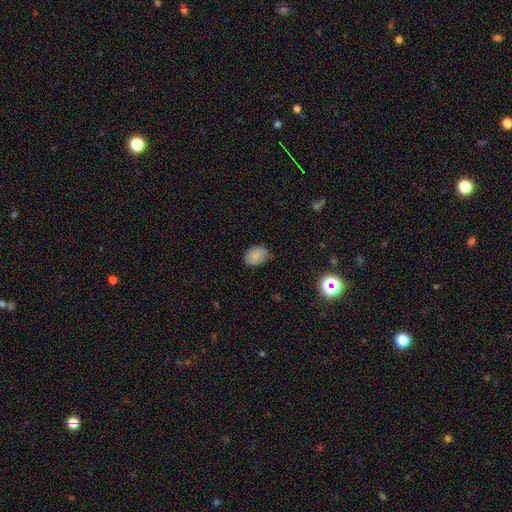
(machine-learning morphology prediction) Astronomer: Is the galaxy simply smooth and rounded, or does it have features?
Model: smooth — 83%.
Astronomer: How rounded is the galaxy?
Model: in between — 67%.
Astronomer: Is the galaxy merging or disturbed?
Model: none — 78%.